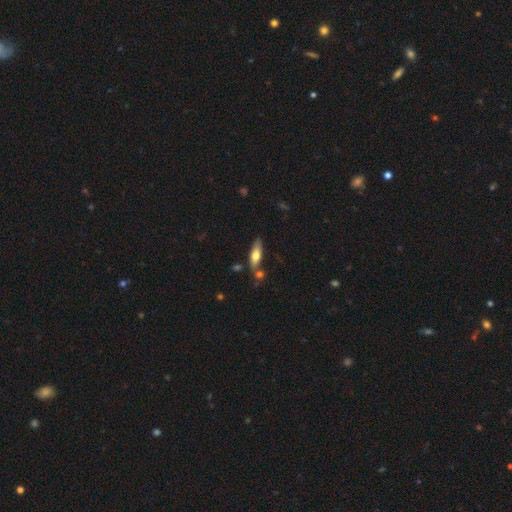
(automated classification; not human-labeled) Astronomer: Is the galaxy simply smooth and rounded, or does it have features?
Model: smooth — 61%.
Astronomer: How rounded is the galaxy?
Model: cigar-shaped — 51% (runner-up: in between, 46%).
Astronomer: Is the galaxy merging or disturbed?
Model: none — 66%.